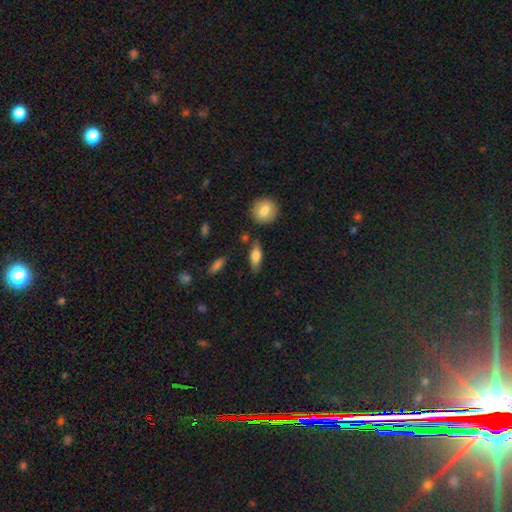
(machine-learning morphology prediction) A smooth galaxy with no disk features (75%) that is in between round and cigar-shaped (70%).

Vote fractions:
- Smooth or featured? smooth: 75% / featured or disk: 18% / star or artifact: 7%
- How rounded? in between: 70% / cigar-shaped: 26% / round: 5%
- Merging? none: 78% / minor disturbance: 14% / merger: 4% / major disturbance: 3%